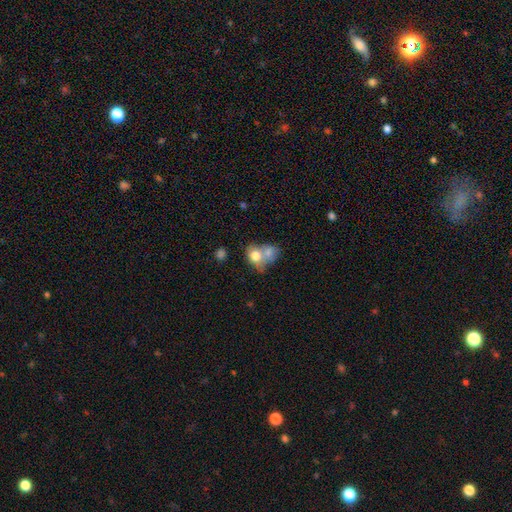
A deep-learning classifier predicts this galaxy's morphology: Smooth or featured? smooth (74%)
How rounded? round (53%)
Merging? merger (64%)